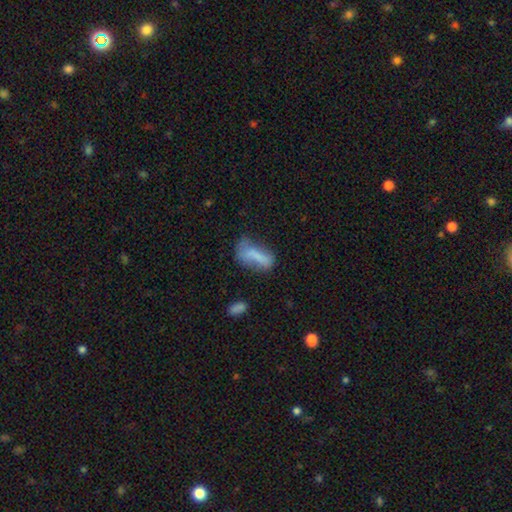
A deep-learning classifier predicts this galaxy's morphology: Smooth or featured? smooth (64%)
How rounded? in between (76%)
Merging? none (35%)